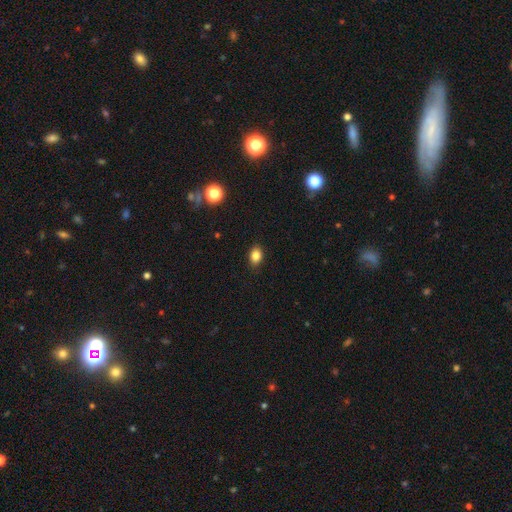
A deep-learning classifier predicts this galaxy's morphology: Q: Smooth or featured?
A: smooth (84%); runner-up: star or artifact (10%)
Q: How rounded?
A: in between (76%); runner-up: round (23%)
Q: Merging?
A: none (88%); runner-up: minor disturbance (9%)